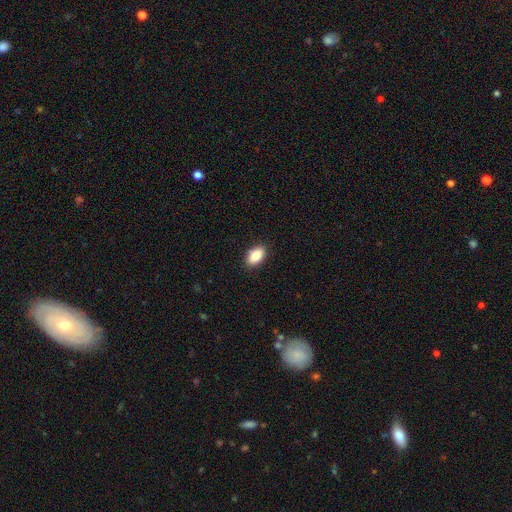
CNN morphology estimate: Smooth or featured? smooth (87%)
How rounded? in between (92%)
Merging? none (89%)